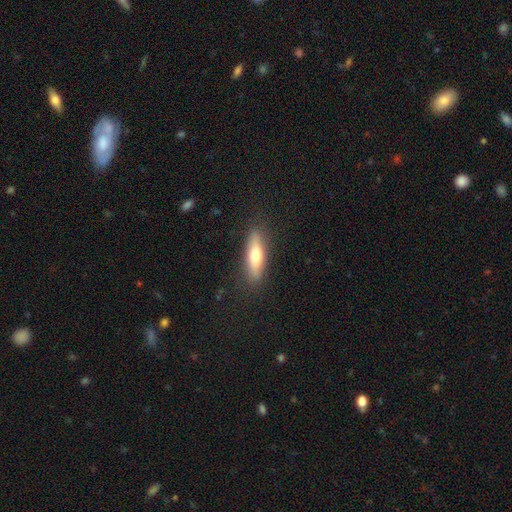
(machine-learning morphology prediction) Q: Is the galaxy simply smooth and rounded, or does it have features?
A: smooth — 63%.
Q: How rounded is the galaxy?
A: cigar-shaped — 63%.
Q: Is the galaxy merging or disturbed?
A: none — 87%.